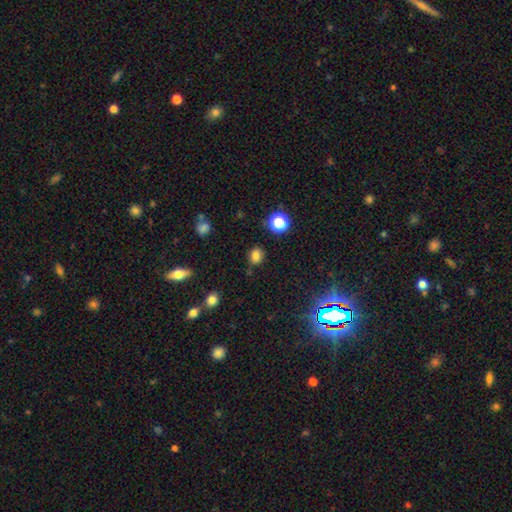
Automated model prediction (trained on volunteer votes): Overall: smooth (78%). How rounded: round (59%; in between 40%). Merging: none (81%).